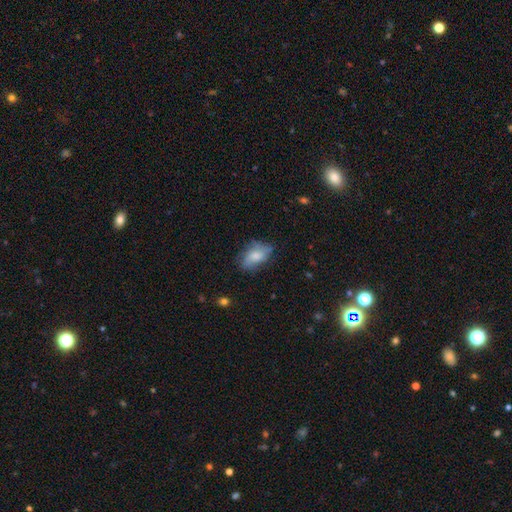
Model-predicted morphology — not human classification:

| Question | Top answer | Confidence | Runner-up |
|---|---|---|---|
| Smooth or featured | smooth | 65% | featured or disk (27%) |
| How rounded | in between | 88% | round (8%) |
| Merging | none | 58% | minor disturbance (29%) |